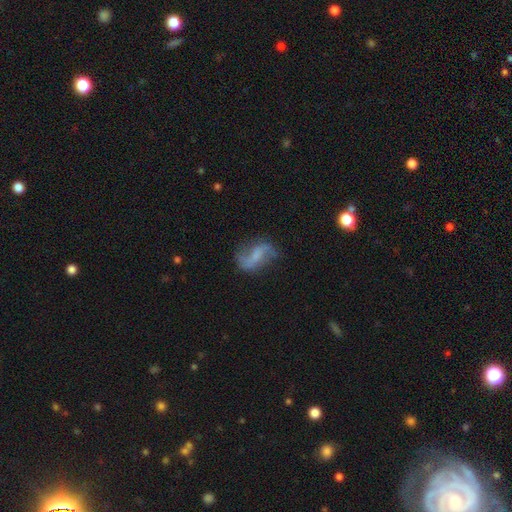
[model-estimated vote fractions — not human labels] This appears to be a featured or disk galaxy (75%) with a weak bar (44%), 2 (89%) loose (78%) spiral arms (92%) and no central bulge (45%). Merging: none (67%).